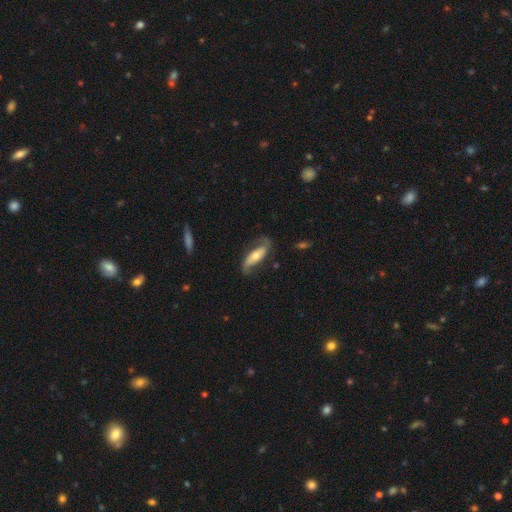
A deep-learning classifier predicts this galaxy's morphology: This appears to be a featured or disk galaxy (67%) with no bar (47%), spiral arms (88%) and a moderate central bulge (53%). Merging: none (65%).